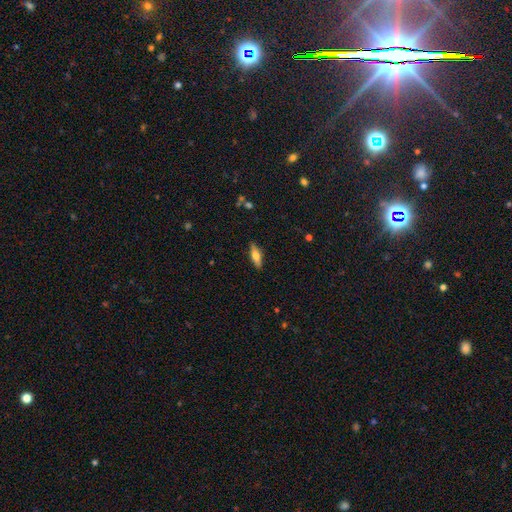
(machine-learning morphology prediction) This appears to be a smooth galaxy with no disk features (58%) that is in between round and cigar-shaped (51%). Merging: none (87%).